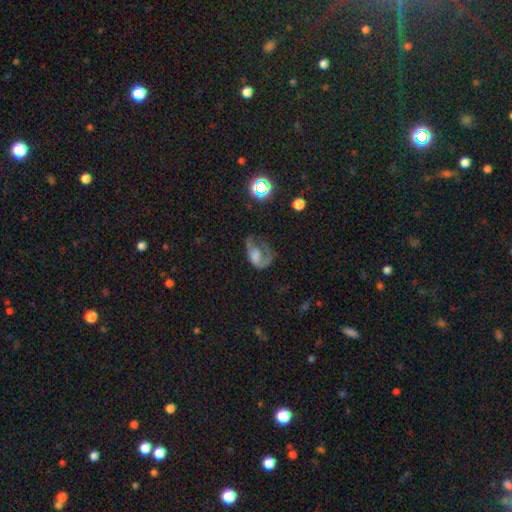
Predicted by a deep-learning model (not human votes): Smooth or featured: featured or disk — 49% (smooth — 36%)
Merging: major disturbance — 47% (none — 28%)